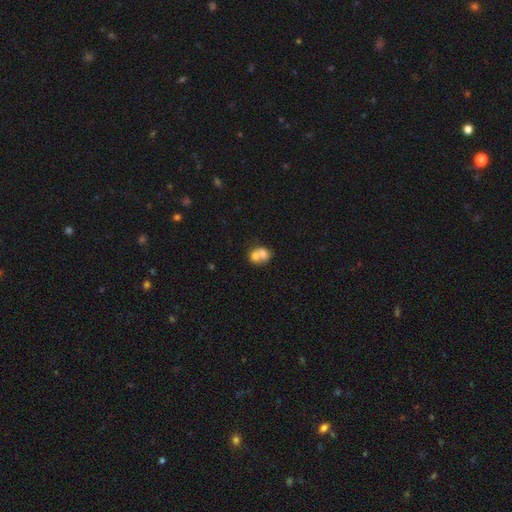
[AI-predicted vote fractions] This is likely a smooth galaxy (68%). How rounded: possibly round (56%). Merging: likely merger (70%).